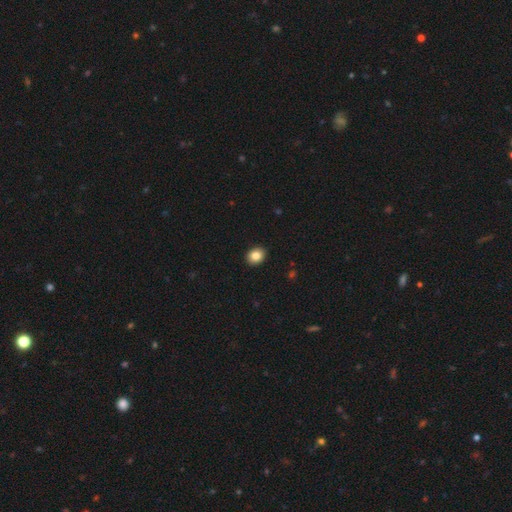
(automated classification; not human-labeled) A smooth galaxy with no disk features (85%) that is round (51%).

Vote fractions:
- Smooth or featured? smooth: 85% / star or artifact: 9% / featured or disk: 6%
- How rounded? round: 51% / in between: 48% / cigar-shaped: 1%
- Merging? none: 92% / minor disturbance: 6% / major disturbance: 2% / merger: 1%